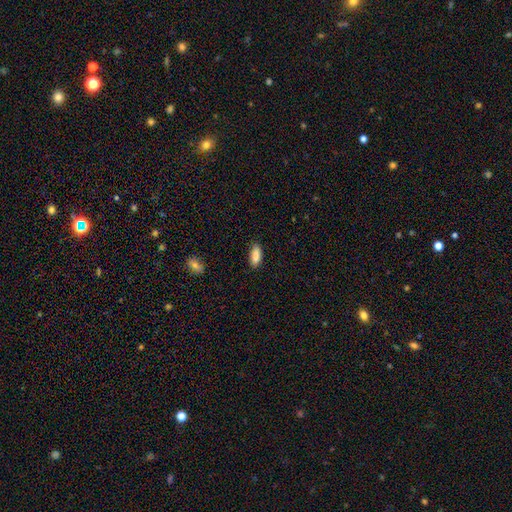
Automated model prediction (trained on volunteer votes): This appears to be a smooth galaxy with no disk features (88%) that is in between round and cigar-shaped (80%). Merging: none (84%).